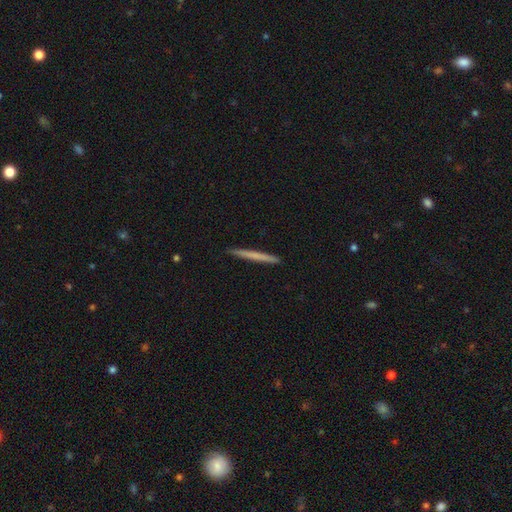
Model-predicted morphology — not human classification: This is possibly a smooth galaxy (60%). How rounded: clearly cigar-shaped (97%). Merging: clearly none (93%).